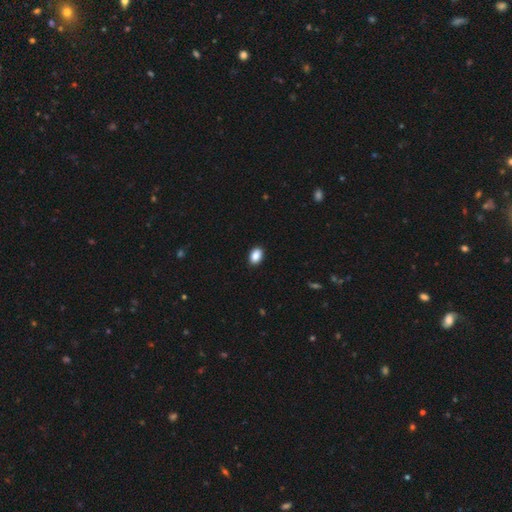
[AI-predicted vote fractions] Overall: smooth (89%). How rounded: in between (85%). Merging: none (90%).